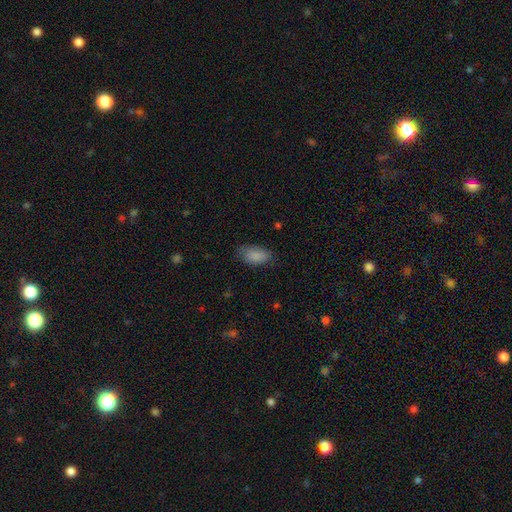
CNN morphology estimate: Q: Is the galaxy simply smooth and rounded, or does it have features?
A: smooth — 88%.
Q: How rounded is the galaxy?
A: in between — 93%.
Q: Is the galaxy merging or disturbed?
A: none — 74%.